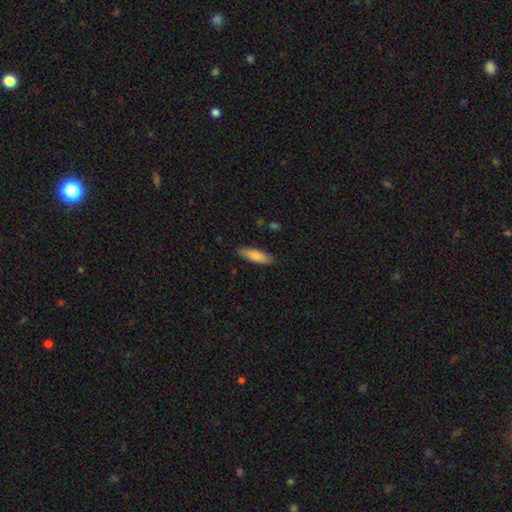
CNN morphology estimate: Smooth or featured? Predicted: smooth (p=0.81). How rounded? Predicted: cigar-shaped (p=0.50). Merging? Predicted: none (p=0.87).